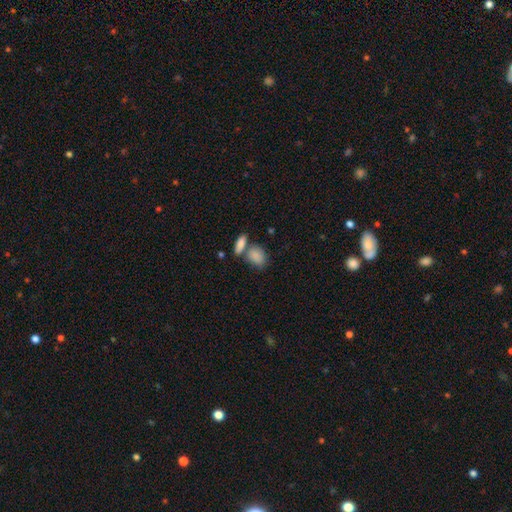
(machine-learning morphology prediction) Smooth or featured?
  - smooth: 86% *
  - star or artifact: 7%
  - featured or disk: 7%
How rounded?
  - in between: 75% *
  - round: 21%
  - cigar-shaped: 3%
Merging?
  - none: 46% *
  - merger: 37%
  - minor disturbance: 12%
  - major disturbance: 5%